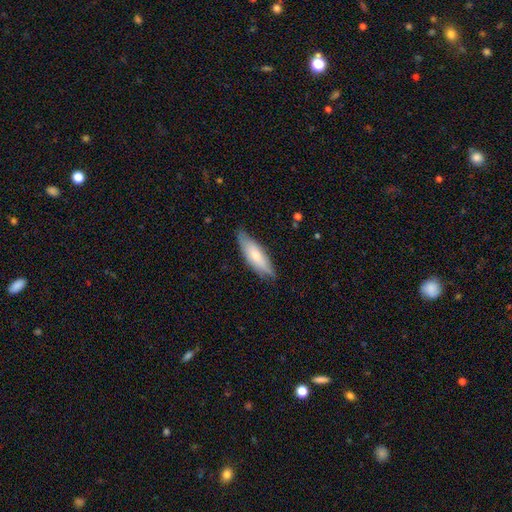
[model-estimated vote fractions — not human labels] Smooth or featured: smooth — 64% (featured or disk — 30%)
How rounded: cigar-shaped — 50% (in between — 49%)
Merging: none — 76% (minor disturbance — 20%)